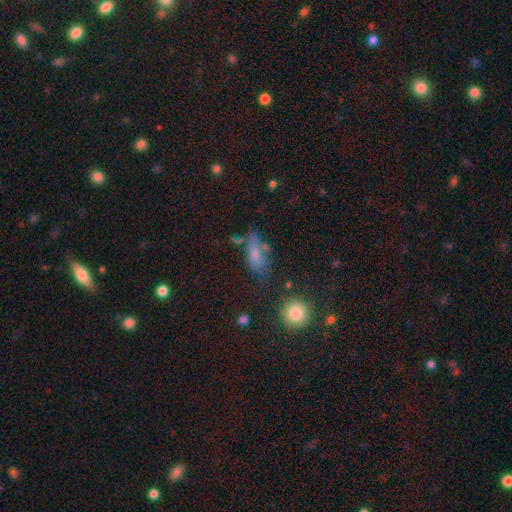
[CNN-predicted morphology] smooth-or-featured: smooth: 69% | featured or disk: 16% | star or artifact: 15%
  how-rounded: in between: 71% | cigar-shaped: 23% | round: 6%
  merging: none: 56% | minor disturbance: 24% | major disturbance: 11% | merger: 9%